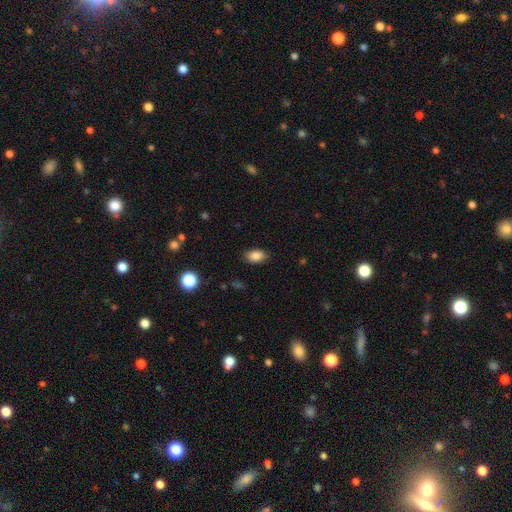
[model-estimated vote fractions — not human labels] smooth 86%, star or artifact 9%, featured or disk 5%. Down the decision tree: how rounded — in between (89%); merging — none (87%).